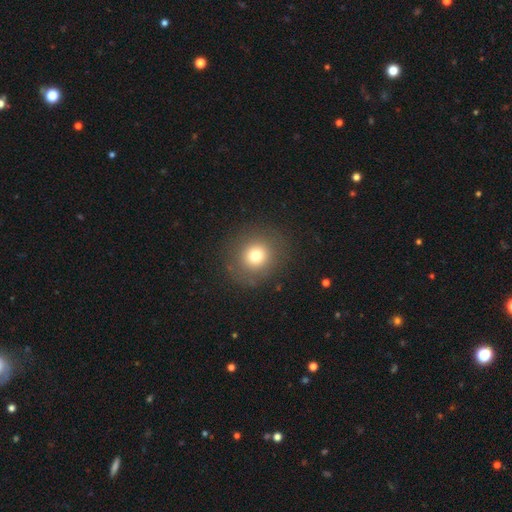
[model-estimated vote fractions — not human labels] Q: Smooth or featured?
A: smooth (74%); runner-up: star or artifact (14%)
Q: How rounded?
A: round (88%); runner-up: in between (11%)
Q: Merging?
A: none (87%); runner-up: minor disturbance (7%)